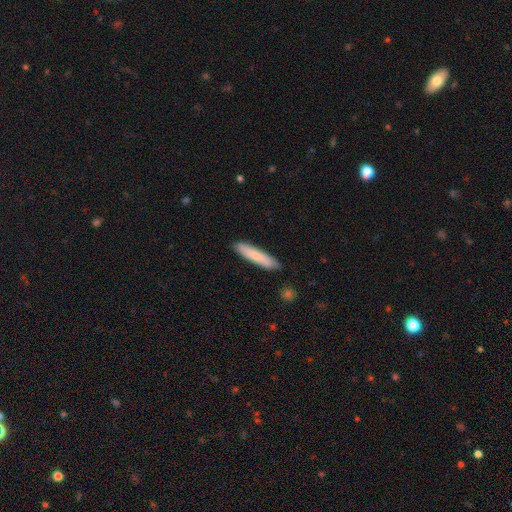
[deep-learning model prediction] The model was most divided on "smooth or featured": smooth: 77%, featured or disk: 18%, star or artifact: 5%. More confident: merging — none (86%); how rounded — cigar-shaped (86%).